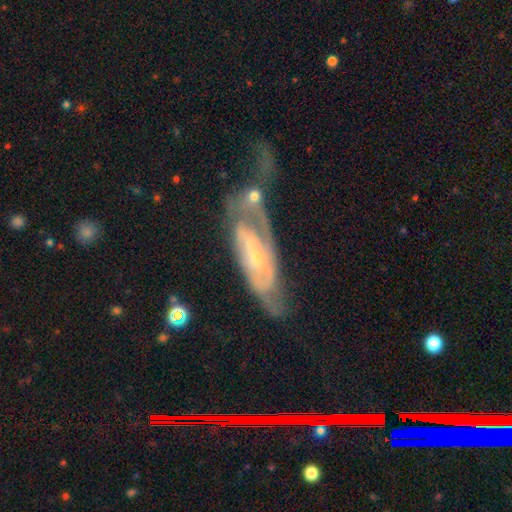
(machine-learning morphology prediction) Q: Smooth or featured?
A: featured or disk (78%); runner-up: smooth (15%)
Q: Edge-on disk?
A: no (86%); runner-up: yes (14%)
Q: Bar?
A: weak (40%); runner-up: no (38%)
Q: Spiral arms?
A: yes (85%); runner-up: no (15%)
Q: Spiral winding?
A: tight (46%); runner-up: medium (39%)
Q: Spiral arm count?
A: 2 (51%); runner-up: can't tell (34%)
Q: Bulge size?
A: small (66%); runner-up: moderate (27%)
Q: Merging?
A: none (34%); runner-up: merger (23%)